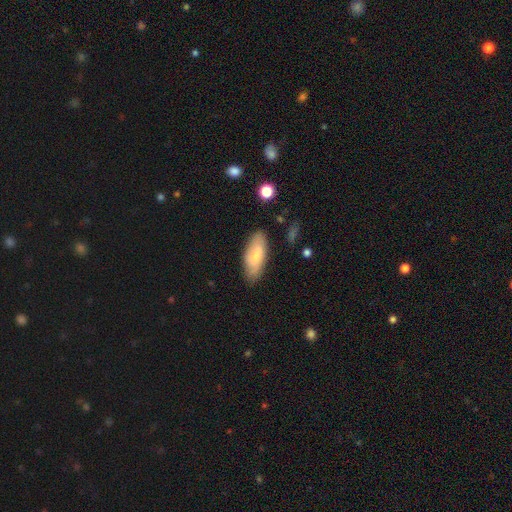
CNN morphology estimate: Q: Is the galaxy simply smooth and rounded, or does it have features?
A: smooth — 64%.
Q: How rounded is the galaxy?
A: in between — 81%.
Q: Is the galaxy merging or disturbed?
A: none — 79%.